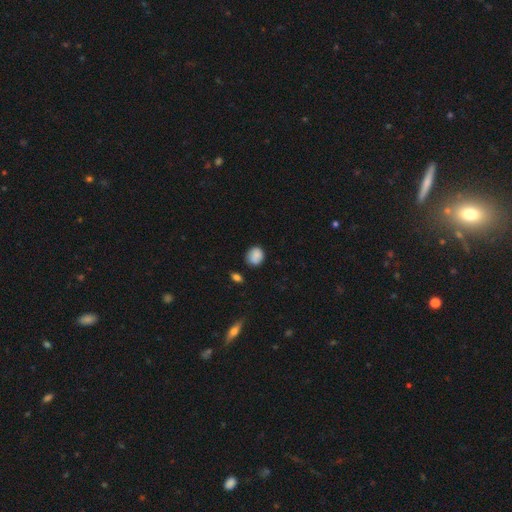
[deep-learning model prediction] The model was most divided on "how rounded": round: 76%, in between: 23%, cigar-shaped: 1%. More confident: smooth or featured — smooth (86%); merging — none (77%).